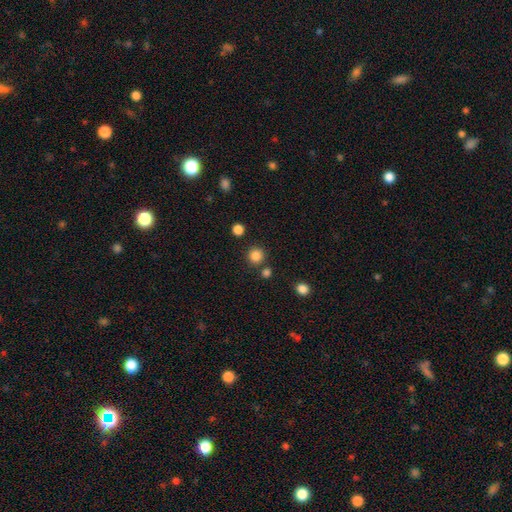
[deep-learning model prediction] Morphology: type=smooth (84%); roundness=round (94%); merging=none (84%).